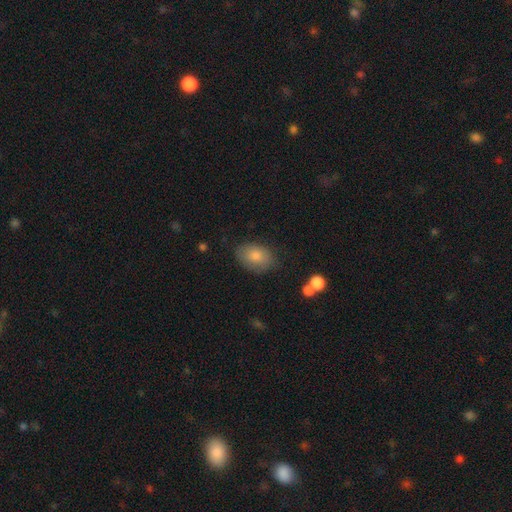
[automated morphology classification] A smooth galaxy with no disk features (79%) that is in between round and cigar-shaped (84%). Merging: none (79%).